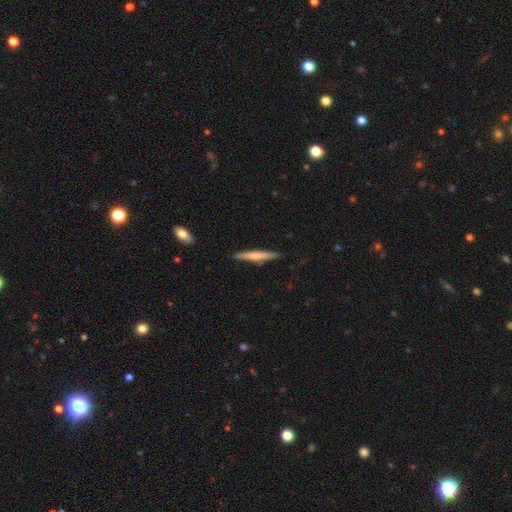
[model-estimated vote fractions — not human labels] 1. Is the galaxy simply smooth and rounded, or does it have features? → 53% smooth, 42% featured or disk, 5% star or artifact.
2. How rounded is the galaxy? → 94% cigar-shaped, 4% in between, 2% round.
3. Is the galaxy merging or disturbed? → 85% none, 10% minor disturbance, 3% merger, 2% major disturbance.